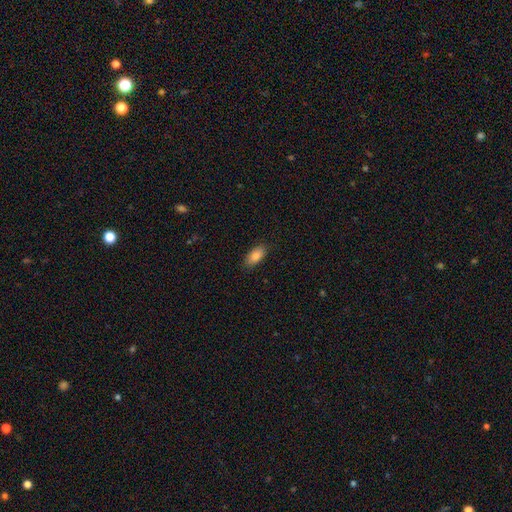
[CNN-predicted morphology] This appears to be a smooth galaxy with no disk features (84%) that is in between round and cigar-shaped (90%). Merging: none (86%).